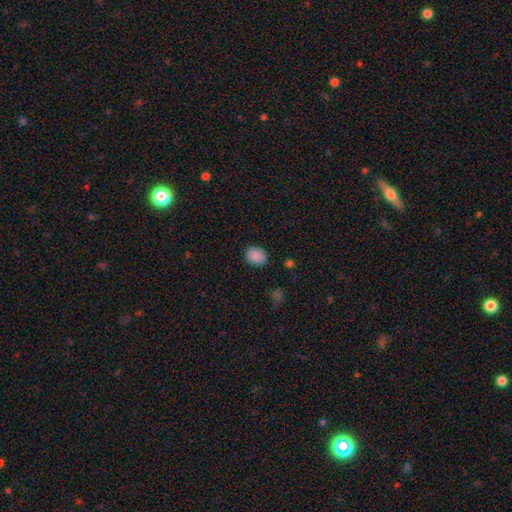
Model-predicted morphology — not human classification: smooth 88%, star or artifact 9%, featured or disk 3%. Down the decision tree: how rounded — round (52%); merging — none (84%).